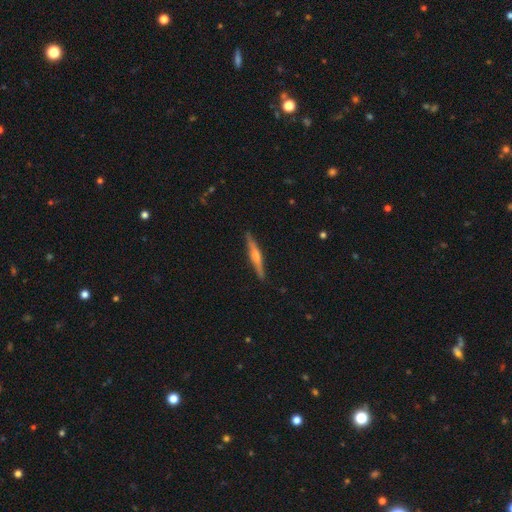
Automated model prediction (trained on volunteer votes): smooth_or_featured: featured or disk (p=0.64) [alt: smooth p=0.30]
disk_edge_on: yes (p=0.97) [alt: no p=0.03]
edge_on_bulge: rounded (p=0.74) [alt: boxy p=0.15]
merging: none (p=0.89) [alt: minor disturbance p=0.08]